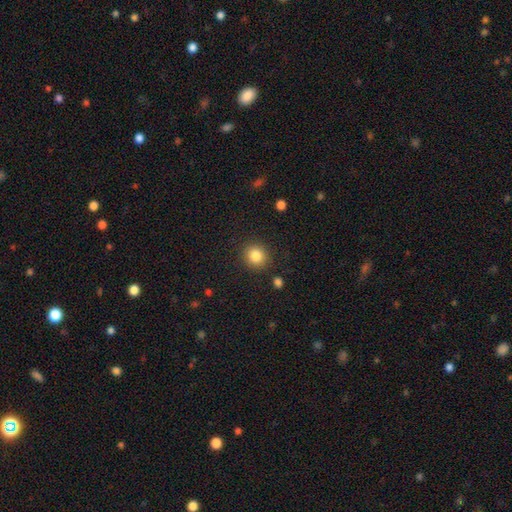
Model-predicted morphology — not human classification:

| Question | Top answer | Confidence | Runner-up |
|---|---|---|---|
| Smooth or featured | smooth | 84% | star or artifact (10%) |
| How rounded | round | 90% | in between (9%) |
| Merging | none | 89% | minor disturbance (7%) |